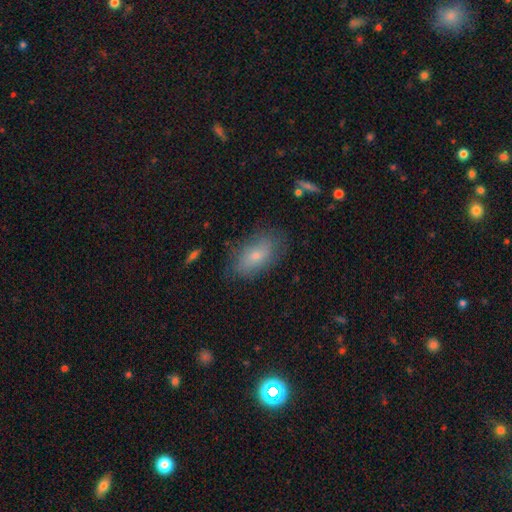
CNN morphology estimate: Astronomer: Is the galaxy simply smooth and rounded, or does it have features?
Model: smooth — 71%.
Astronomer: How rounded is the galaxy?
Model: in between — 90%.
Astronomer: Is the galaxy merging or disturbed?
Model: none — 77%.